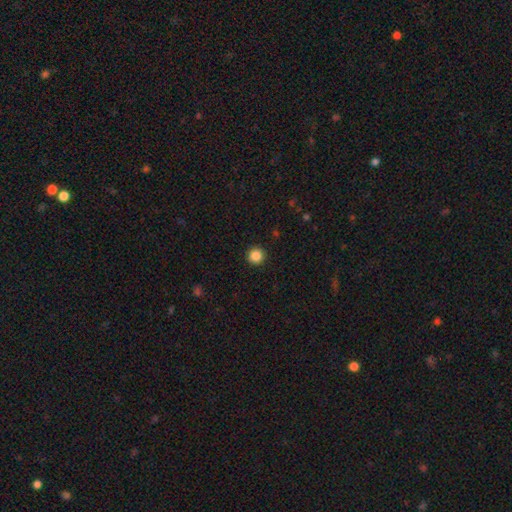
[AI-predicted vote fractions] The model was most divided on "smooth or featured": smooth: 86%, star or artifact: 11%, featured or disk: 3%. More confident: how rounded — round (96%); merging — none (93%).